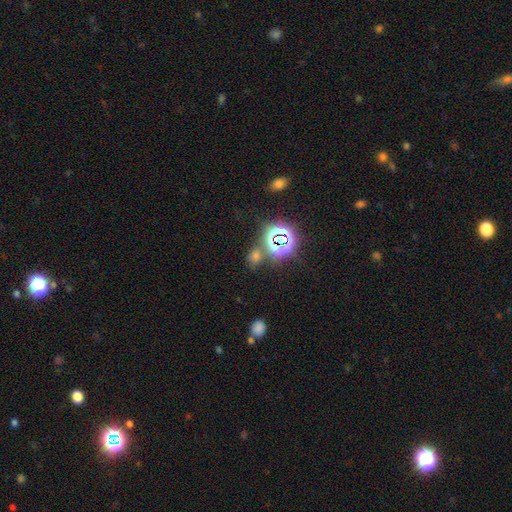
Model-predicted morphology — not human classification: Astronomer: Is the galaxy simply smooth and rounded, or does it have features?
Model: star or artifact — 52% (runner-up: smooth, 41%).